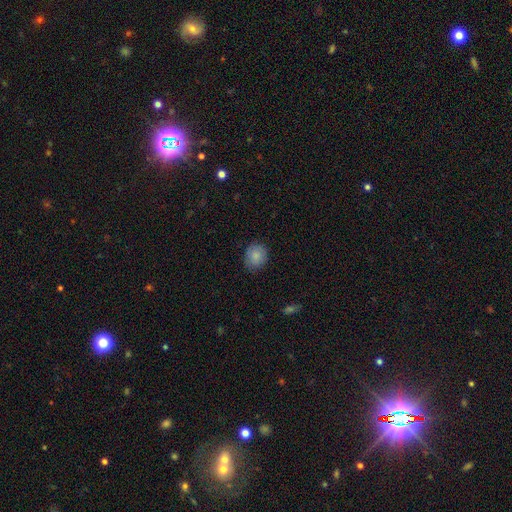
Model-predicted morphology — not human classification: The model was most divided on "how rounded": round: 71%, in between: 28%, cigar-shaped: 1%. More confident: smooth or featured — smooth (85%); merging — none (83%).